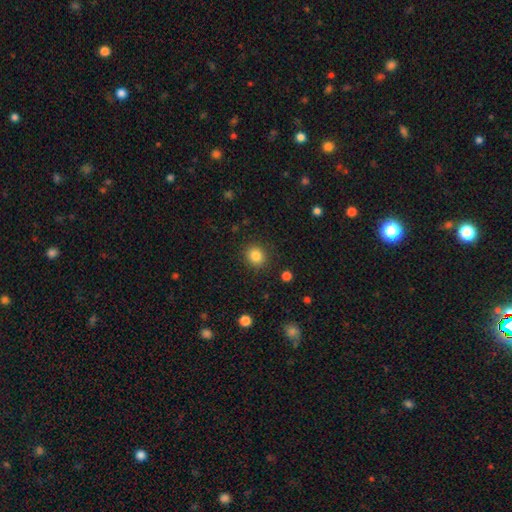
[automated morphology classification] The model was most divided on "how rounded": round: 80%, in between: 19%, cigar-shaped: 1%. More confident: merging — none (89%); smooth or featured — smooth (85%).